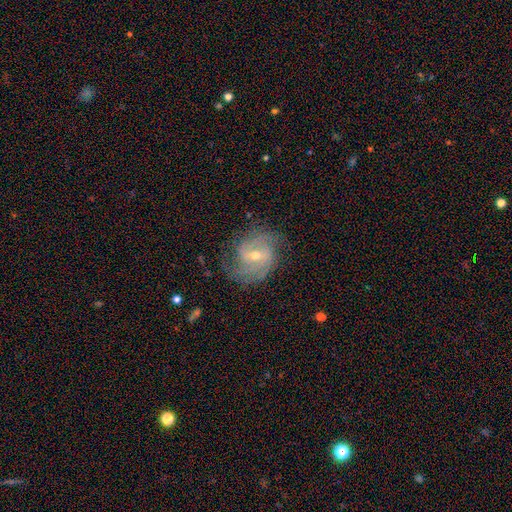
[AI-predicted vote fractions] Smooth or featured? Predicted: featured or disk (p=0.87). Edge-on disk? Predicted: no (p=0.97). Bar? Predicted: weak (p=0.51). Spiral arms? Predicted: yes (p=0.96). Spiral winding? Predicted: tight (p=0.45). Spiral arm count? Predicted: 2 (p=0.52). Bulge size? Predicted: moderate (p=0.50). Merging? Predicted: none (p=0.73).